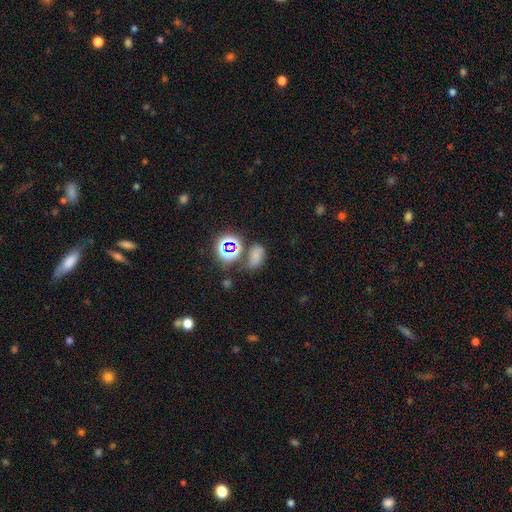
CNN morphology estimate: type=smooth (56%); roundness=in between (78%); merging=none (49%).